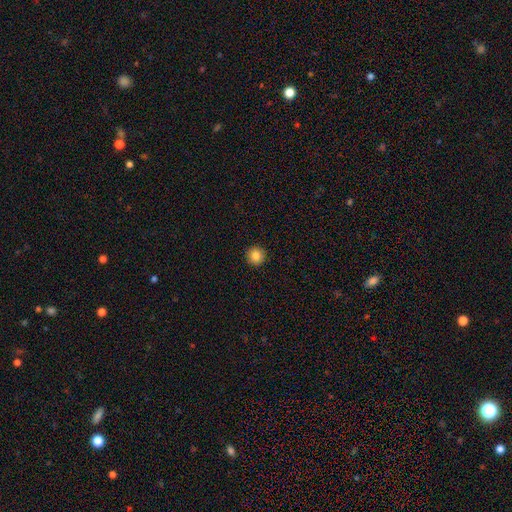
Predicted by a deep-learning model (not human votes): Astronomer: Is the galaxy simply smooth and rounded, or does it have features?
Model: smooth — 84%.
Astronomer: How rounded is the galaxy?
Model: round — 95%.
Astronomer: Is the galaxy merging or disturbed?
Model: none — 93%.